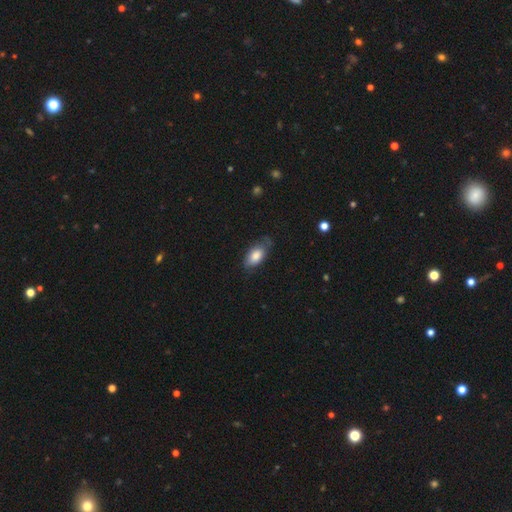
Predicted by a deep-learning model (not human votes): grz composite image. It shows a smooth galaxy with no disk features (75%) that is in between round and cigar-shaped (92%). Merging: none (61%).